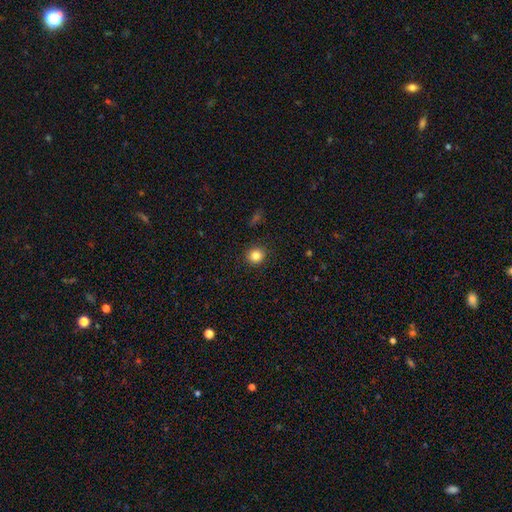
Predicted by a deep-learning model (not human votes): smooth 84%, star or artifact 11%, featured or disk 4%. Down the decision tree: how rounded — round (91%); merging — none (91%).